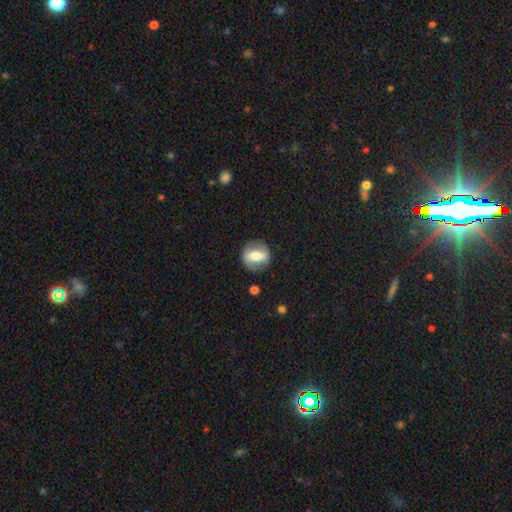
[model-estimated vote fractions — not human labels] smooth_or_featured: featured or disk (p=0.53) [alt: smooth p=0.40]
disk_edge_on: no (p=0.90) [alt: yes p=0.10]
merging: none (p=0.80) [alt: minor disturbance p=0.13]